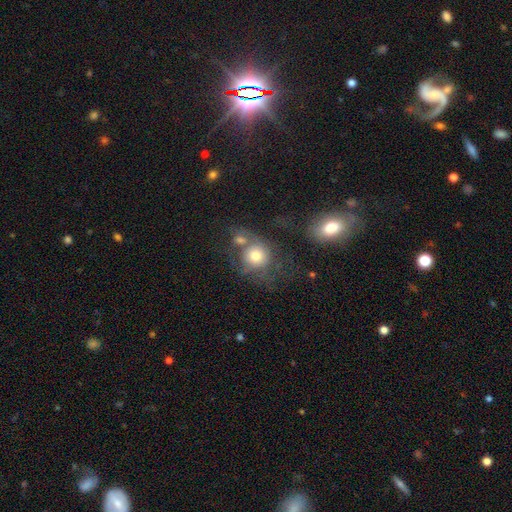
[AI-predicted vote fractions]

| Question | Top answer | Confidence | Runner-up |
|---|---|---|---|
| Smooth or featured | smooth | 66% | featured or disk (24%) |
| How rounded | round | 79% | in between (20%) |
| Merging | merger | 38% | none (31%) |